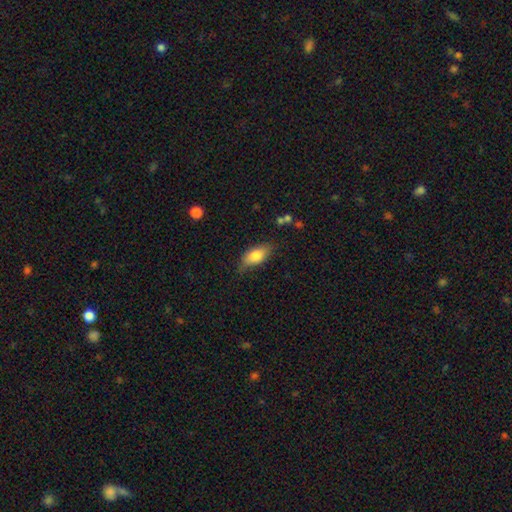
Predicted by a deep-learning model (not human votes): Smooth or featured? Predicted: smooth (p=0.78). How rounded? Predicted: in between (p=0.84). Merging? Predicted: none (p=0.70).